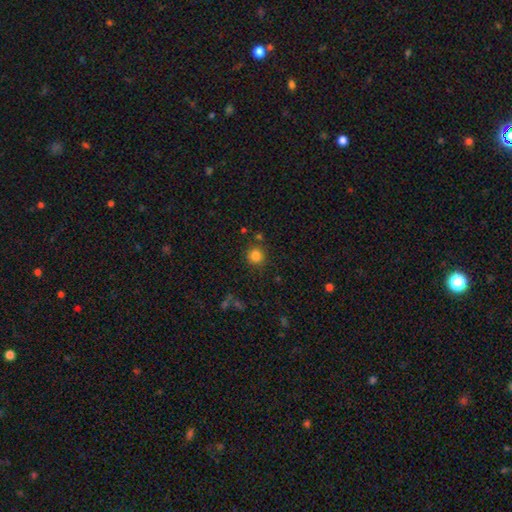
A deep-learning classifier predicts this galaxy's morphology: Overall: smooth (83%). How rounded: round (91%). Merging: none (83%).